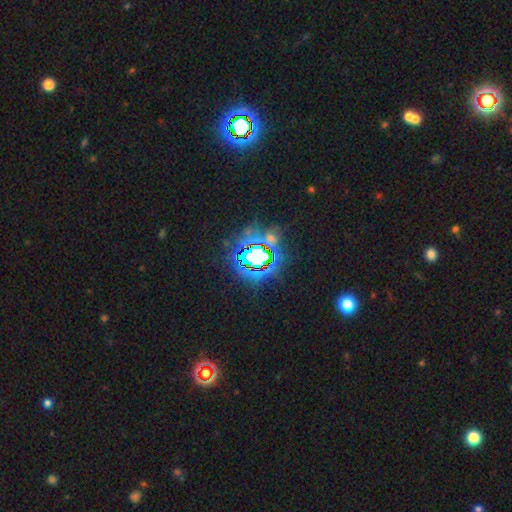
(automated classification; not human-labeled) Smooth or featured: star or artifact — 76% (smooth — 13%)